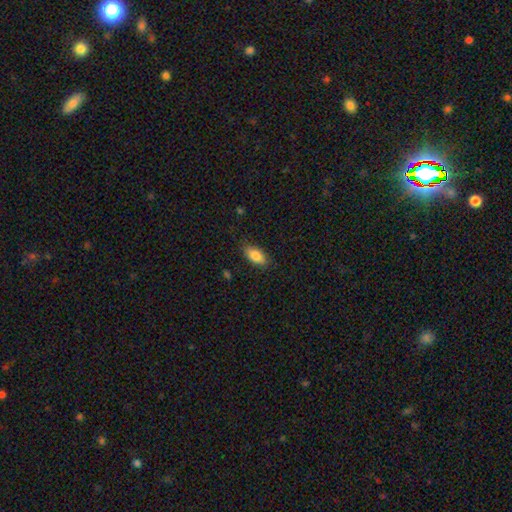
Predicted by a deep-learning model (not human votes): Smooth or featured? smooth (84%)
How rounded? in between (90%)
Merging? none (83%)